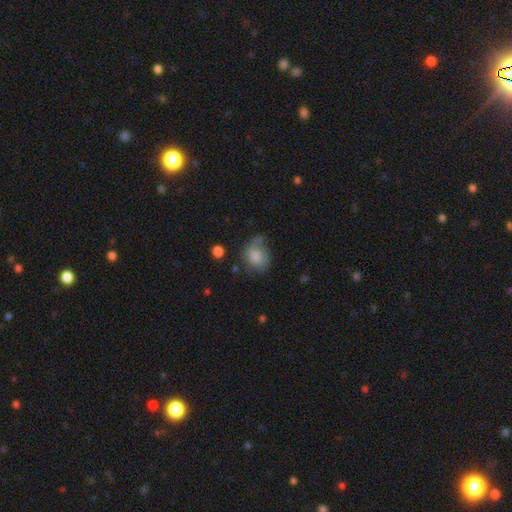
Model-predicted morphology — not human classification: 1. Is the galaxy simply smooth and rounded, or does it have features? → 69% smooth, 22% featured or disk, 9% star or artifact.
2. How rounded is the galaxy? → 51% round, 48% in between, 1% cigar-shaped.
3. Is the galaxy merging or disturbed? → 38% none, 34% minor disturbance, 24% major disturbance, 4% merger.